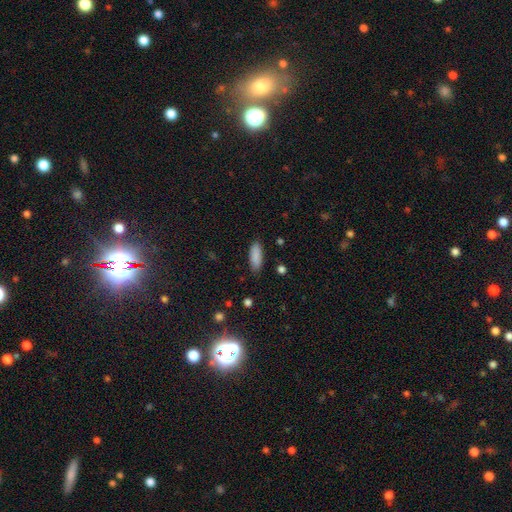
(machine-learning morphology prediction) A smooth galaxy with no disk features (88%) that is in between round and cigar-shaped (68%). Merging: none (85%).